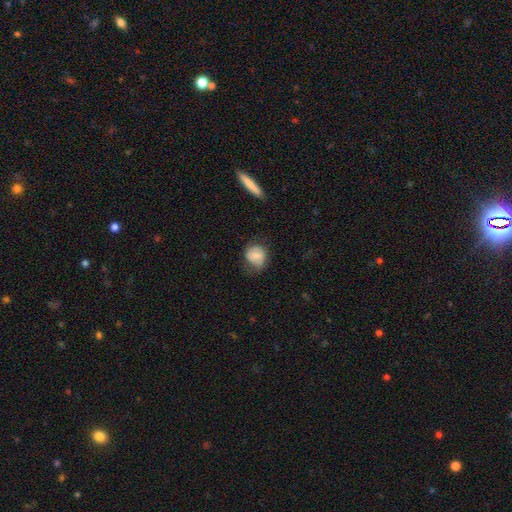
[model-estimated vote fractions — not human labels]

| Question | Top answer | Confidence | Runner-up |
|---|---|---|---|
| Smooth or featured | smooth | 71% | featured or disk (21%) |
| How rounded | round | 70% | in between (29%) |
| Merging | none | 56% | minor disturbance (30%) |